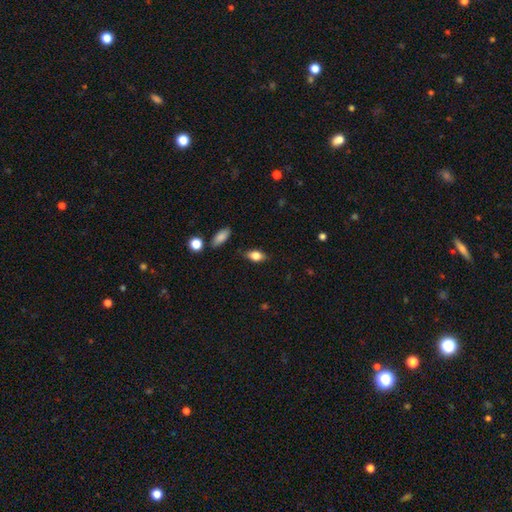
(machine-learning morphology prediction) The model was most divided on "smooth or featured": smooth: 74%, featured or disk: 17%, star or artifact: 9%. More confident: how rounded — in between (82%); merging — none (81%).